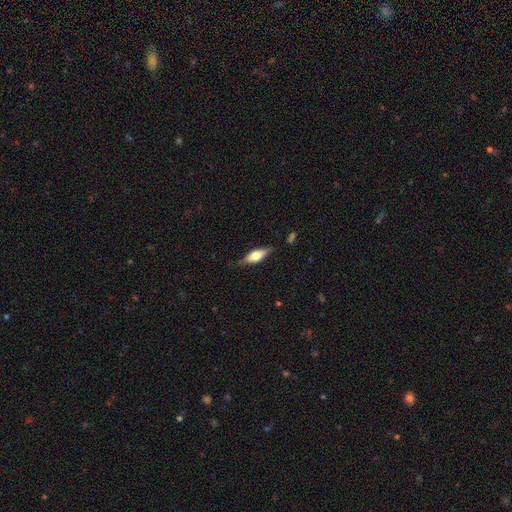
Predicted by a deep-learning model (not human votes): smooth-or-featured: featured or disk: 50% | smooth: 43% | star or artifact: 6%
  disk-edge-on: yes: 91% | no: 9%
  merging: none: 78% | minor disturbance: 16% | major disturbance: 4% | merger: 2%